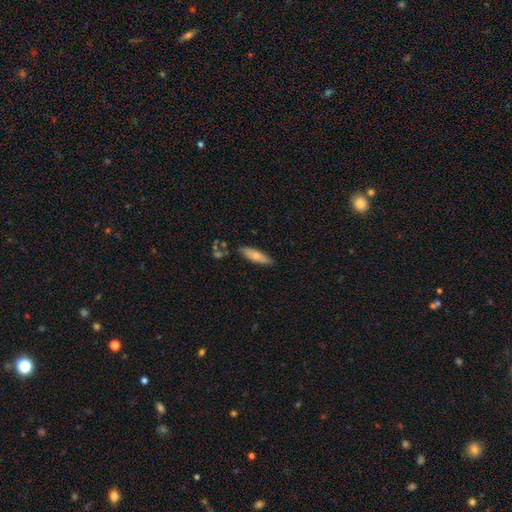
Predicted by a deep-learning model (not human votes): smooth-or-featured: smooth: 71% | featured or disk: 22% | star or artifact: 6%
  how-rounded: cigar-shaped: 62% | in between: 37% | round: 2%
  merging: none: 82% | minor disturbance: 13% | merger: 3% | major disturbance: 2%